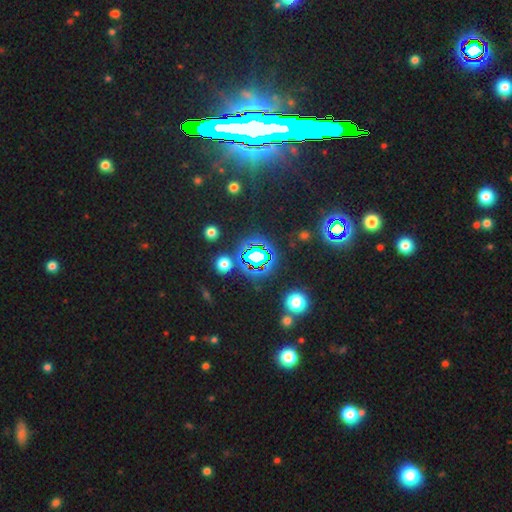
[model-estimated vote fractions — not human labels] Q: Smooth or featured?
A: star or artifact (69%); runner-up: smooth (18%)